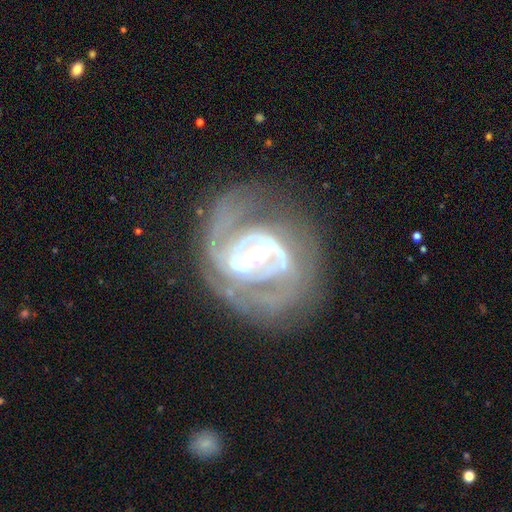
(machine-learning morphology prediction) Q: Smooth or featured?
A: featured or disk (87%); runner-up: smooth (7%)
Q: Edge-on disk?
A: no (97%); runner-up: yes (3%)
Q: Bar?
A: no (34%); tied with: weak (34%)
Q: Spiral arms?
A: yes (89%); runner-up: no (11%)
Q: Spiral winding?
A: tight (55%); runner-up: medium (34%)
Q: Spiral arm count?
A: 2 (44%); runner-up: can't tell (22%)
Q: Bulge size?
A: moderate (66%); runner-up: small (19%)
Q: Merging?
A: none (61%); runner-up: minor disturbance (19%)